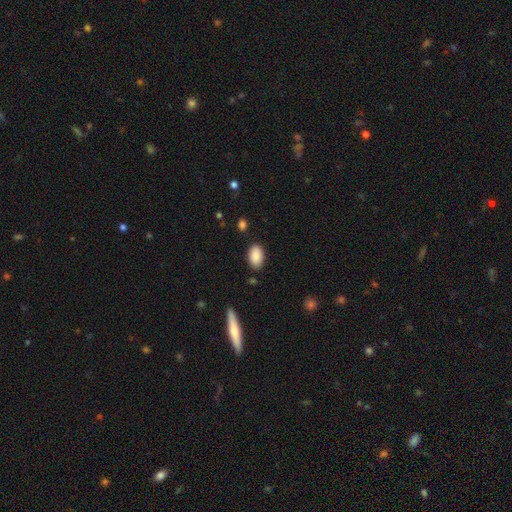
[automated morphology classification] smooth 89%, star or artifact 7%, featured or disk 4%. Down the decision tree: how rounded — in between (93%); merging — none (85%).